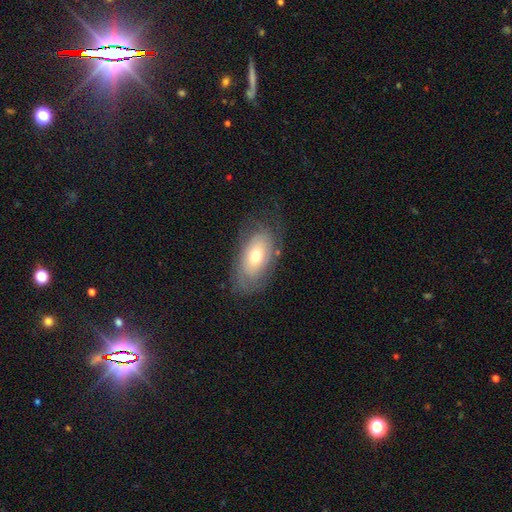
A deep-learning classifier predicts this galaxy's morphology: Smooth or featured?
  - smooth: 50% *
  - featured or disk: 42%
  - star or artifact: 8%
How rounded?
  - in between: 91% *
  - round: 6%
  - cigar-shaped: 3%
Merging?
  - none: 68% *
  - minor disturbance: 21%
  - major disturbance: 10%
  - merger: 1%